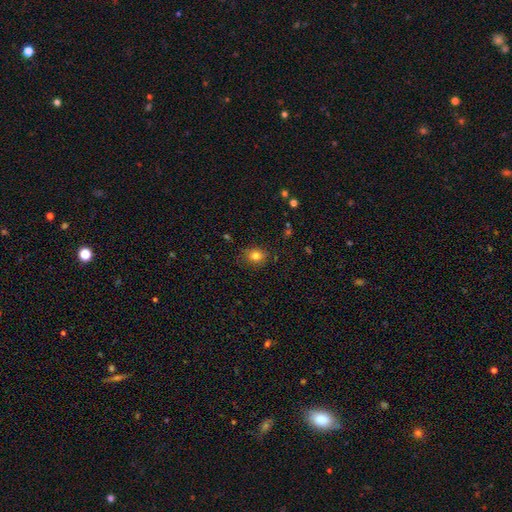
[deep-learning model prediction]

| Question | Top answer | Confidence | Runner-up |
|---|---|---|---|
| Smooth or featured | smooth | 80% | star or artifact (12%) |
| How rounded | round | 60% | in between (39%) |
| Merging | none | 82% | minor disturbance (14%) |